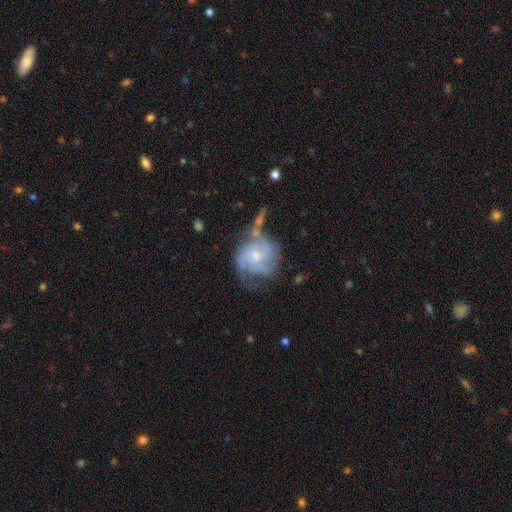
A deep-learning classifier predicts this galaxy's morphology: Overall: featured or disk (75%). Edge-on disk: no (98%). Bar: no (63%; weak 33%). Spiral arms: yes (87%). Spiral arm count: can't tell (32%; 2 28%). Spiral winding: medium (42%; tight 39%). Bulge size: small (52%; moderate 40%). Merging: none (43%; minor disturbance 23%).